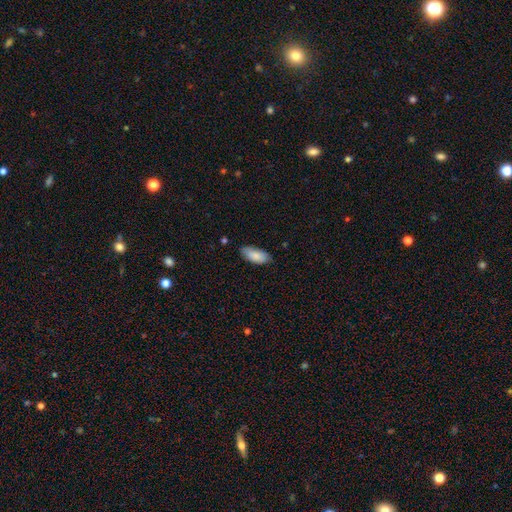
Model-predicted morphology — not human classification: smooth-or-featured: smooth: 85% | featured or disk: 9% | star or artifact: 6%
  how-rounded: in between: 89% | cigar-shaped: 9% | round: 2%
  merging: none: 80% | minor disturbance: 17% | major disturbance: 2% | merger: 1%